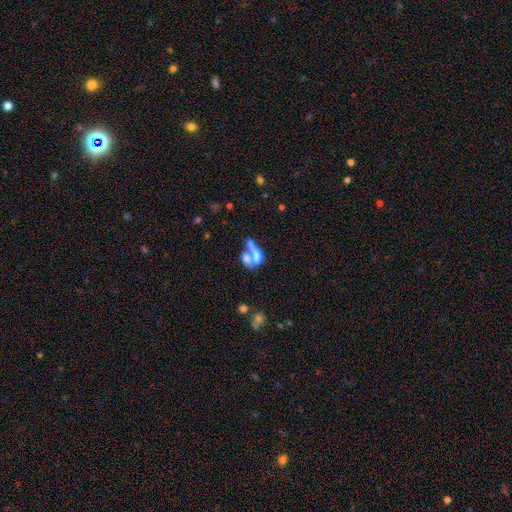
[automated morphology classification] smooth 54%, featured or disk 34%, star or artifact 12%. Down the decision tree: how rounded — in between (67%); merging — merger (64%).